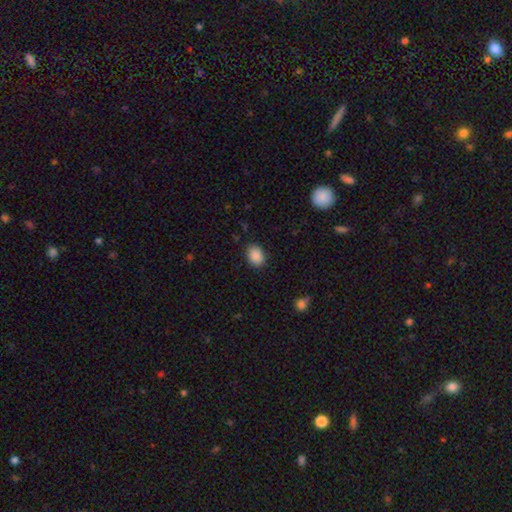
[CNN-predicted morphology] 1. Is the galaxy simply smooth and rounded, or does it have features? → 89% smooth, 8% star or artifact, 3% featured or disk.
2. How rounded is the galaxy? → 71% in between, 28% round, 1% cigar-shaped.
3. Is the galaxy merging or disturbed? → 85% none, 11% minor disturbance, 3% major disturbance, 1% merger.